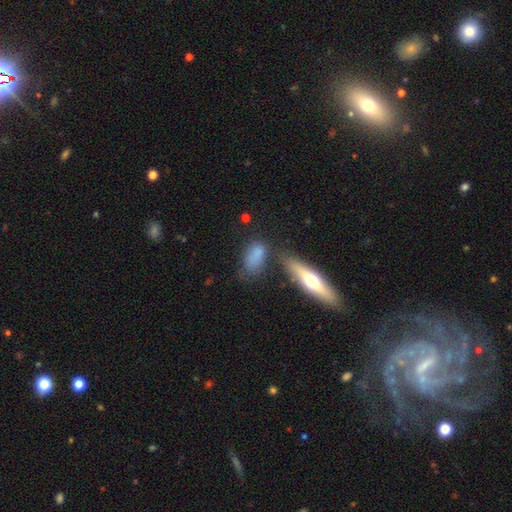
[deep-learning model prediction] Smooth or featured? Predicted: smooth (p=0.73). How rounded? Predicted: in between (p=0.77). Merging? Predicted: none (p=0.53).